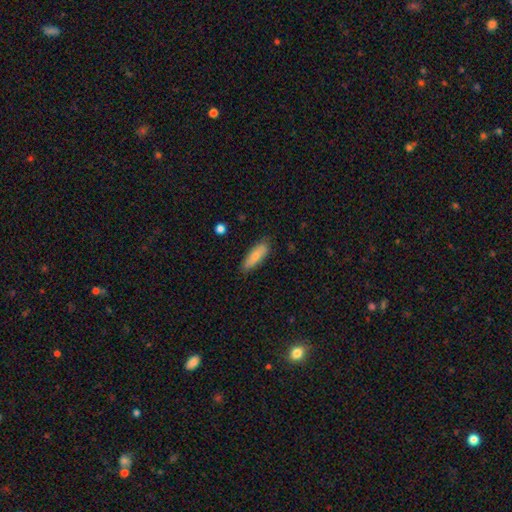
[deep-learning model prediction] This is likely a smooth galaxy (73%). How rounded: possibly in between (55%). Merging: clearly none (82%).